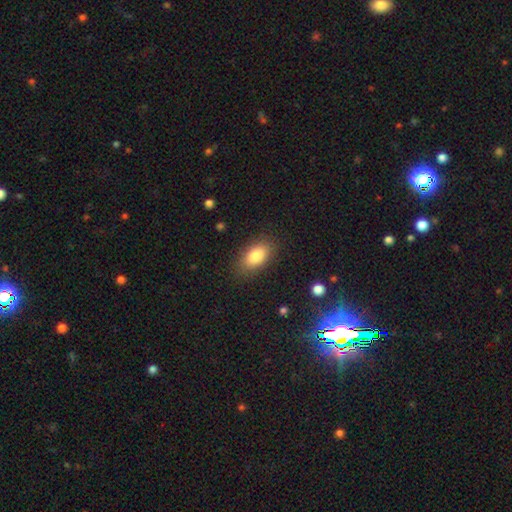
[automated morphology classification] smooth_or_featured: smooth (p=0.84) [alt: featured or disk p=0.08]
how_rounded: in between (p=0.91) [alt: round p=0.06]
merging: none (p=0.85) [alt: minor disturbance p=0.11]